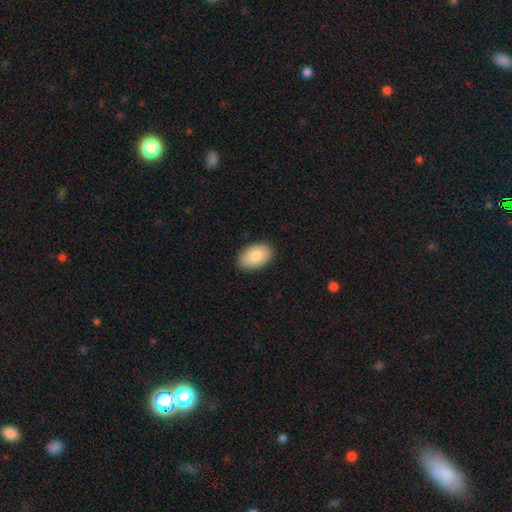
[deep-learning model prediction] This appears to be a smooth galaxy with no disk features (86%) that is in between round and cigar-shaped (93%). Merging: none (88%).